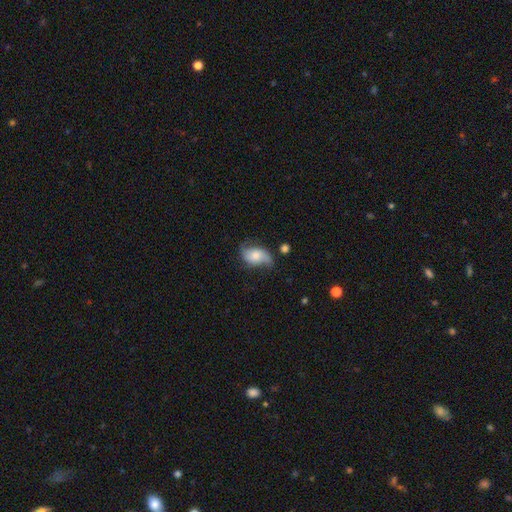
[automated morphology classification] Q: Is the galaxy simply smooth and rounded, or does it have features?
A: featured or disk — 51%.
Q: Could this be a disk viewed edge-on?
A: no — 95%.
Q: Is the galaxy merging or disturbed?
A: none — 52%.